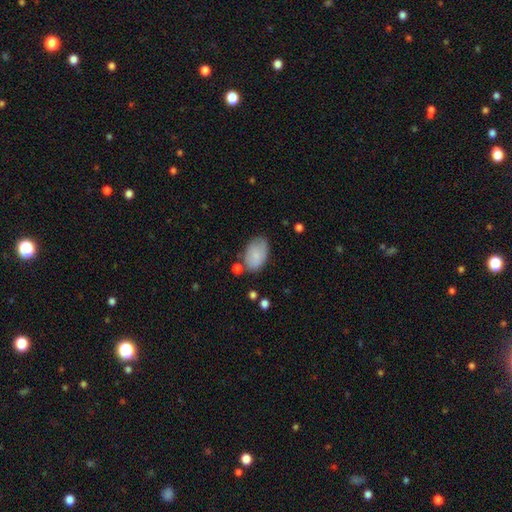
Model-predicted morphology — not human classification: Smooth or featured: smooth — 82% (featured or disk — 12%)
How rounded: in between — 91% (round — 7%)
Merging: none — 65% (minor disturbance — 23%)